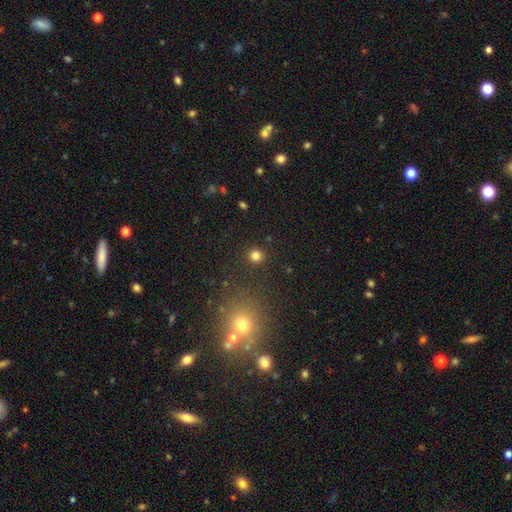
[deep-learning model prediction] Smooth or featured?
  - smooth: 80% *
  - star or artifact: 16%
  - featured or disk: 5%
How rounded?
  - round: 92% *
  - in between: 7%
  - cigar-shaped: 1%
Merging?
  - none: 90% *
  - minor disturbance: 5%
  - major disturbance: 2%
  - merger: 2%